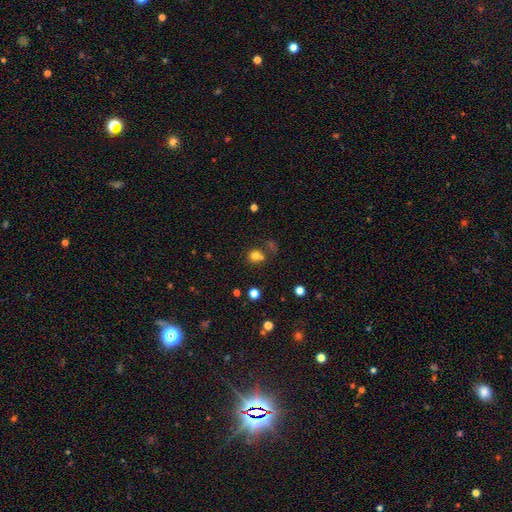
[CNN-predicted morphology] Q: Smooth or featured?
A: smooth (77%); runner-up: star or artifact (15%)
Q: How rounded?
A: round (82%); runner-up: in between (17%)
Q: Merging?
A: none (61%); runner-up: merger (21%)